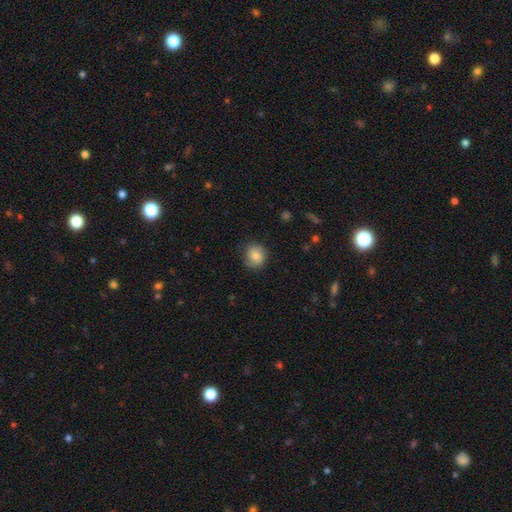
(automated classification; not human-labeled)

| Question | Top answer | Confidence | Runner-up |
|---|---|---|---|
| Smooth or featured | smooth | 80% | featured or disk (12%) |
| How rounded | round | 81% | in between (18%) |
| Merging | none | 80% | minor disturbance (15%) |